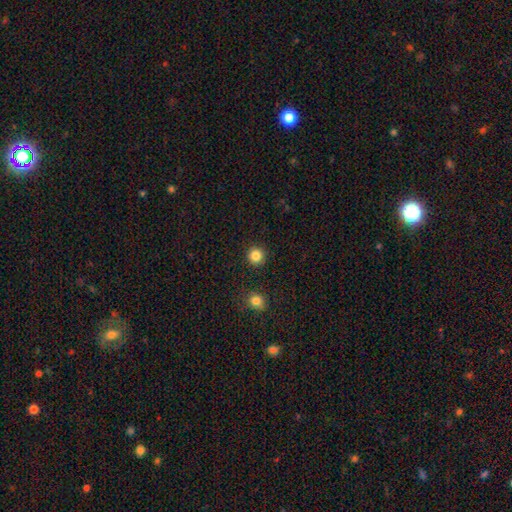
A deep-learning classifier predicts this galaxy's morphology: Overall: smooth (85%). How rounded: round (94%). Merging: none (92%).